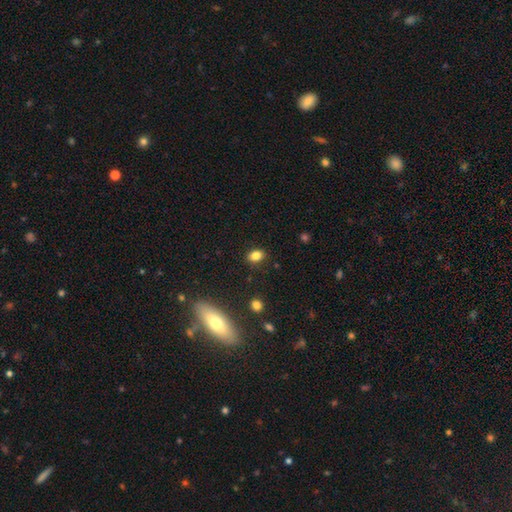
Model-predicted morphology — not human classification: A smooth galaxy with no disk features (82%) that is in between round and cigar-shaped (73%). Merging: none (85%).